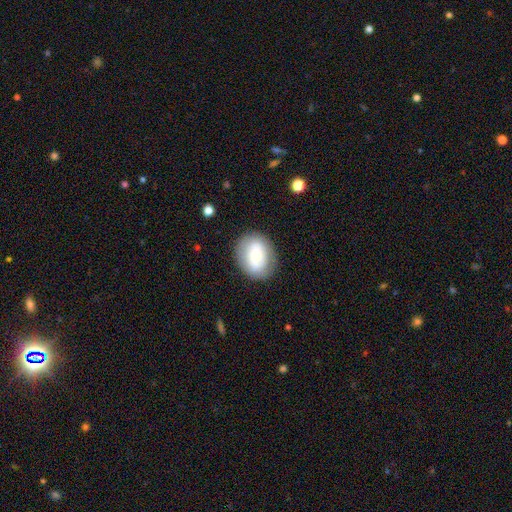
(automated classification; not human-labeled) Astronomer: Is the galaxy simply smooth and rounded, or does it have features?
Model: smooth — 59% (runner-up: featured or disk, 34%).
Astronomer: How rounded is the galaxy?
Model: in between — 51% (runner-up: round, 48%).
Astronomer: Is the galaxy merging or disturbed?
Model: none — 83%.